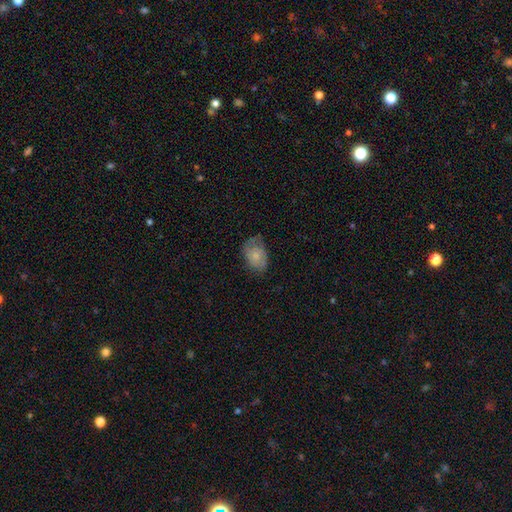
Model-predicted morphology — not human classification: Smooth or featured: smooth — 70% (featured or disk — 23%)
How rounded: in between — 84% (round — 15%)
Merging: none — 60% (minor disturbance — 29%)